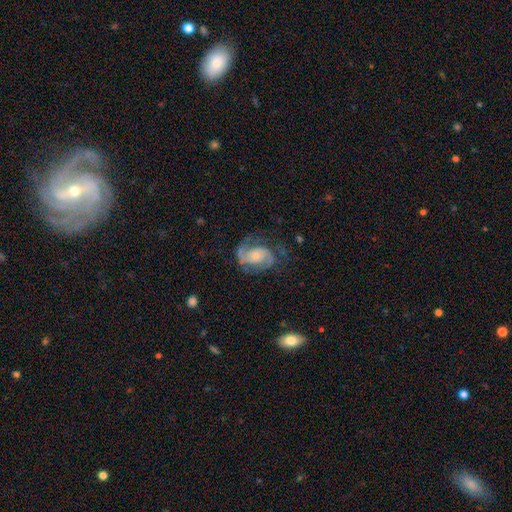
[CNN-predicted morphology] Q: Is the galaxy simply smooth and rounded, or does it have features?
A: featured or disk — 83%.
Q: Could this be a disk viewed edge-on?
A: no — 98%.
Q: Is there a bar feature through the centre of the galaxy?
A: no — 59%.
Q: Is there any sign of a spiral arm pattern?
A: yes — 96%.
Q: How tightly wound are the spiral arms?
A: medium — 54%.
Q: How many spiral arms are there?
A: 2 — 88%.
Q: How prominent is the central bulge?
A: small — 36%.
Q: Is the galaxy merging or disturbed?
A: none — 67%.